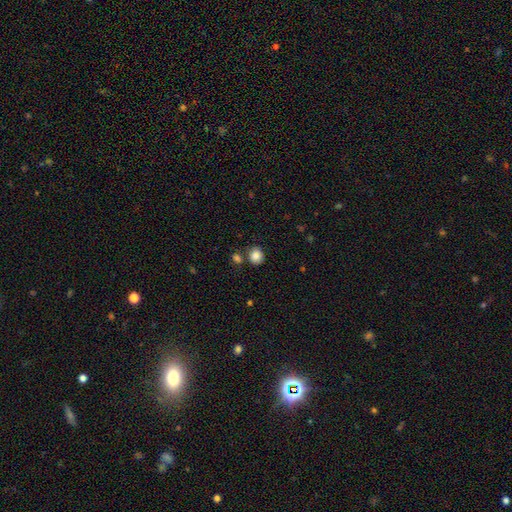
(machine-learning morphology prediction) The model was most divided on "how rounded": round: 79%, in between: 20%, cigar-shaped: 1%. More confident: smooth or featured — smooth (85%); merging — none (77%).